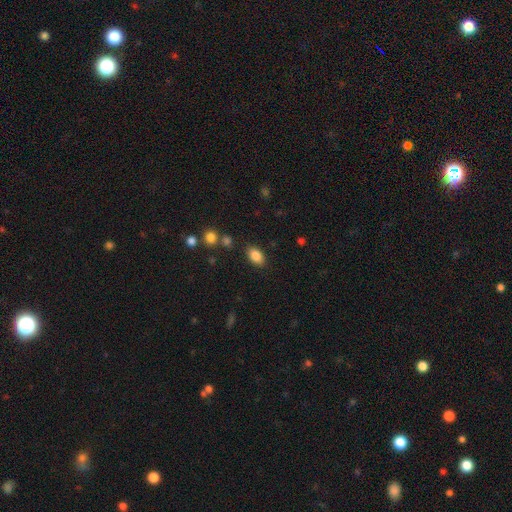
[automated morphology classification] Q: Smooth or featured?
A: smooth (85%); runner-up: star or artifact (9%)
Q: How rounded?
A: in between (89%); runner-up: round (9%)
Q: Merging?
A: none (83%); runner-up: minor disturbance (11%)